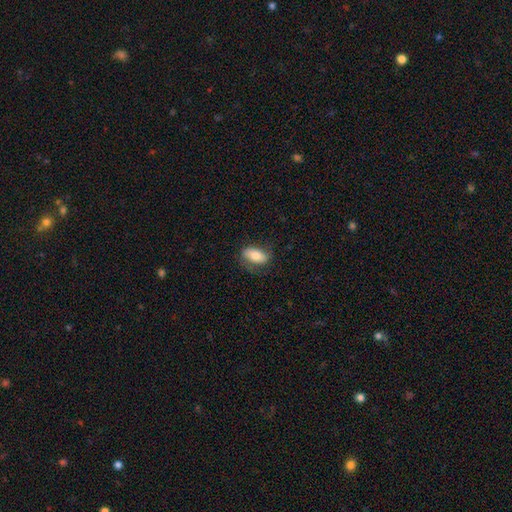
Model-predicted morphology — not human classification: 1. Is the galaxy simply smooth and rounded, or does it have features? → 71% smooth, 22% featured or disk, 7% star or artifact.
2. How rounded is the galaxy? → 88% in between, 7% cigar-shaped, 5% round.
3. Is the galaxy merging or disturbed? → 71% none, 20% minor disturbance, 8% major disturbance, 1% merger.